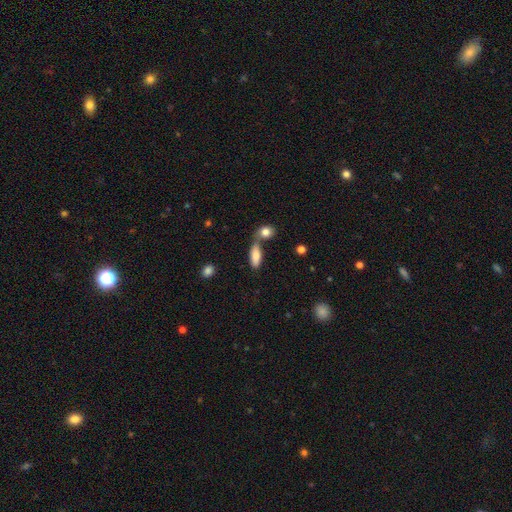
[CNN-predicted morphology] A smooth galaxy with no disk features (82%) that is in between round and cigar-shaped (72%). Merging: none (48%).